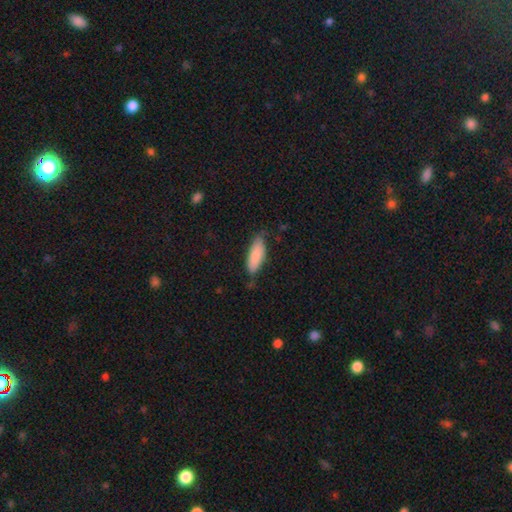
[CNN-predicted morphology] A smooth galaxy with no disk features (86%) that is in between round and cigar-shaped (66%). Merging: none (67%).